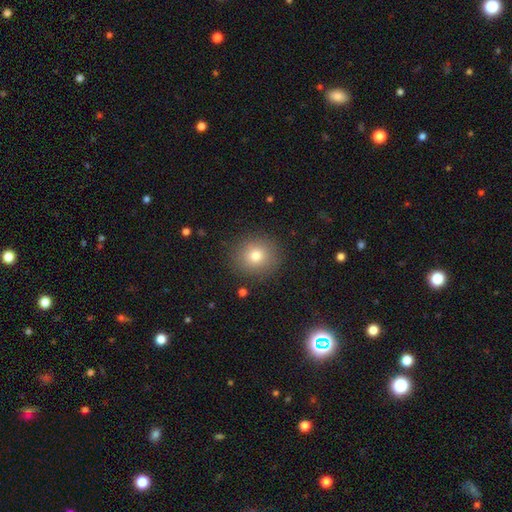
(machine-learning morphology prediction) Overall: smooth (78%). How rounded: round (88%). Merging: none (88%).